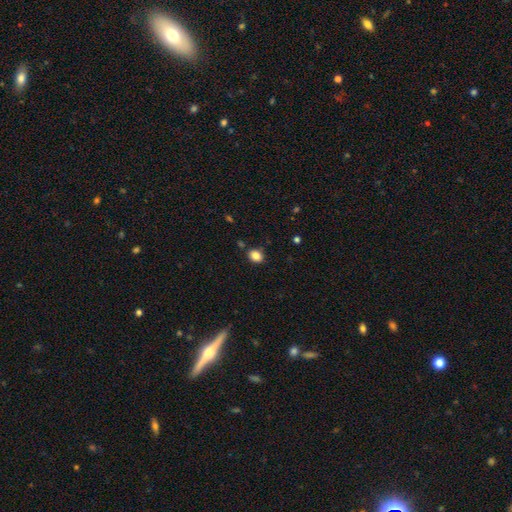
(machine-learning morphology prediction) smooth-or-featured: smooth: 84% | star or artifact: 10% | featured or disk: 5%
  how-rounded: round: 55% | in between: 44% | cigar-shaped: 1%
  merging: none: 84% | minor disturbance: 10% | merger: 3% | major disturbance: 2%